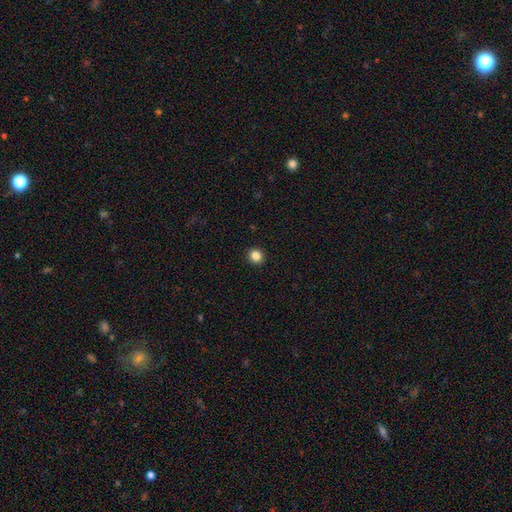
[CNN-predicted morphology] A smooth galaxy with no disk features (85%) that is round (84%).

Vote fractions:
- Smooth or featured? smooth: 85% / star or artifact: 11% / featured or disk: 4%
- How rounded? round: 84% / in between: 15% / cigar-shaped: 1%
- Merging? none: 92% / minor disturbance: 5% / major disturbance: 2% / merger: 1%